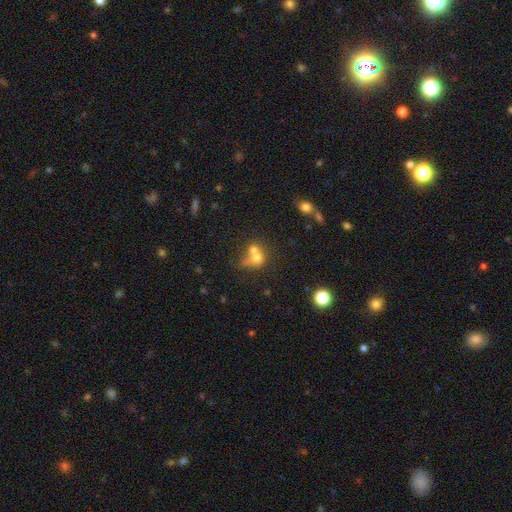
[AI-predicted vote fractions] Smooth or featured? smooth (65%)
How rounded? round (67%)
Merging? merger (62%)